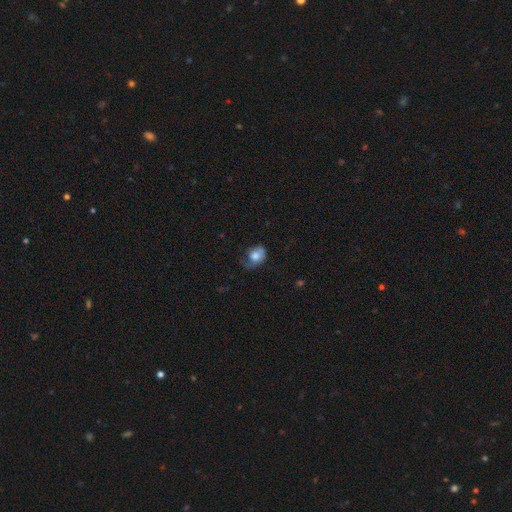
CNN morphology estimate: type=smooth (71%); roundness=in between (62%); merging=minor disturbance (36%).